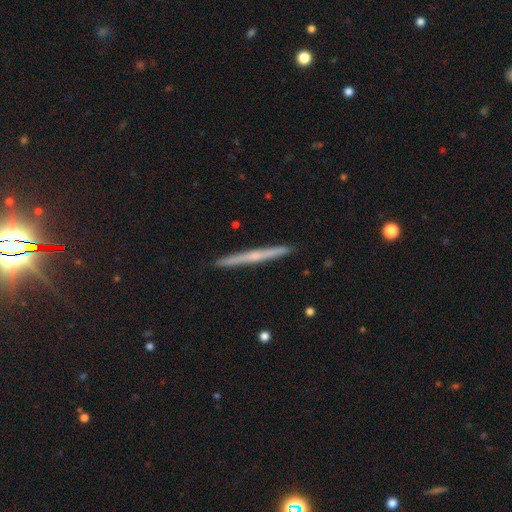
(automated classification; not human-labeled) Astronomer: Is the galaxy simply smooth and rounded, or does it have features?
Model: featured or disk — 61%.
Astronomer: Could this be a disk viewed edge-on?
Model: yes — 98%.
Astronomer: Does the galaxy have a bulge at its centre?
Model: none — 51% (runner-up: rounded, 43%).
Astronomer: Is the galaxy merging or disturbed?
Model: none — 92%.